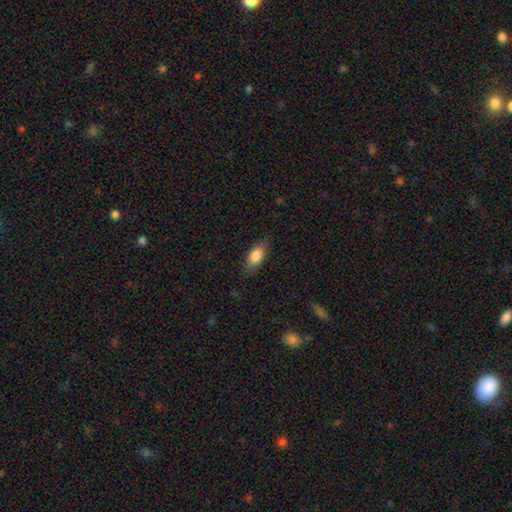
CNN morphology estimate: smooth-or-featured: smooth: 80% | featured or disk: 13% | star or artifact: 7%
  how-rounded: in between: 84% | cigar-shaped: 12% | round: 4%
  merging: none: 81% | minor disturbance: 15% | major disturbance: 3% | merger: 1%